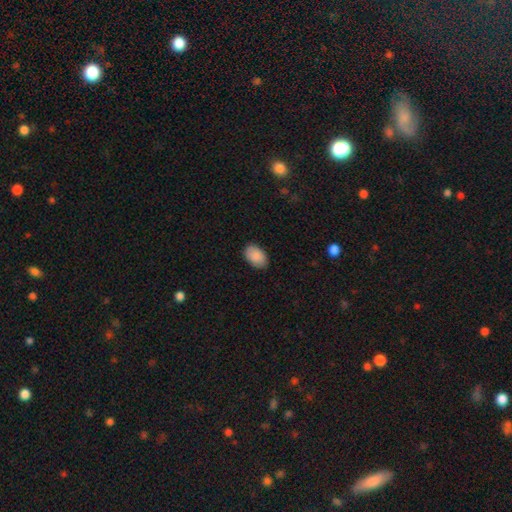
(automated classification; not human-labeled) The model was most divided on "merging": none: 88%, minor disturbance: 9%, major disturbance: 2%, merger: 1%. More confident: how rounded — in between (90%); smooth or featured — smooth (90%).